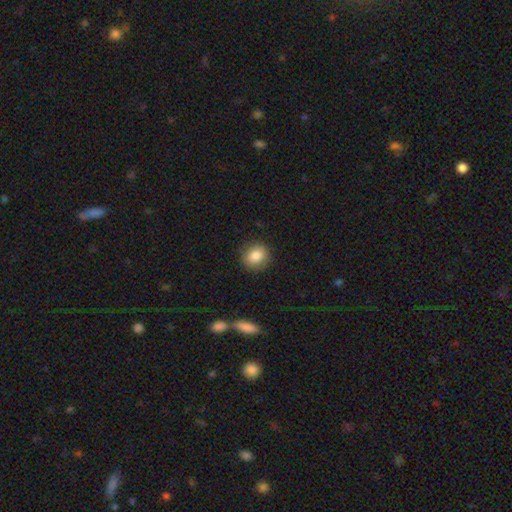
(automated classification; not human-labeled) Morphology: type=smooth (85%); roundness=round (75%); merging=none (87%).